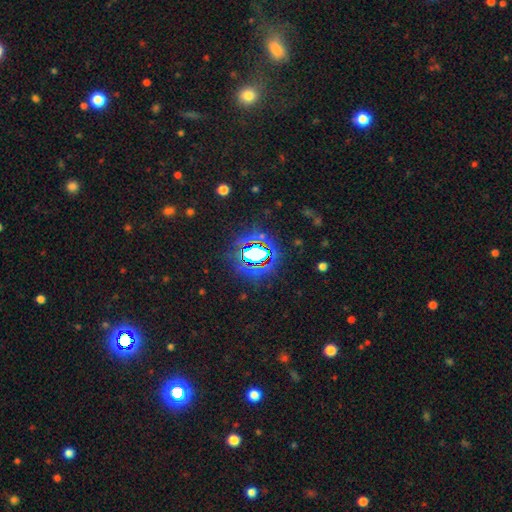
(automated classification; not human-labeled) Smooth or featured? Predicted: star or artifact (p=0.70).